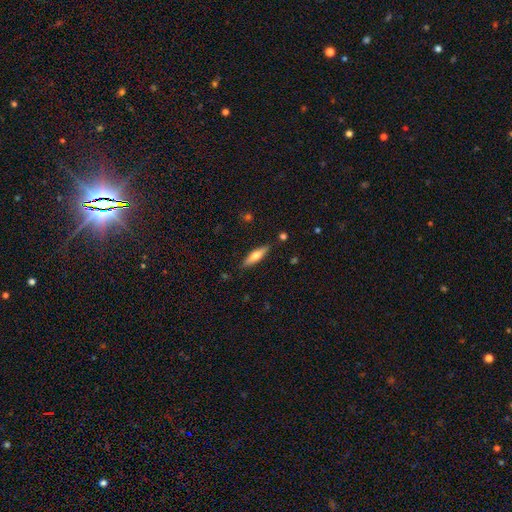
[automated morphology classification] Q: Smooth or featured?
A: smooth (55%); runner-up: featured or disk (38%)
Q: How rounded?
A: cigar-shaped (69%); runner-up: in between (30%)
Q: Merging?
A: none (86%); runner-up: minor disturbance (10%)